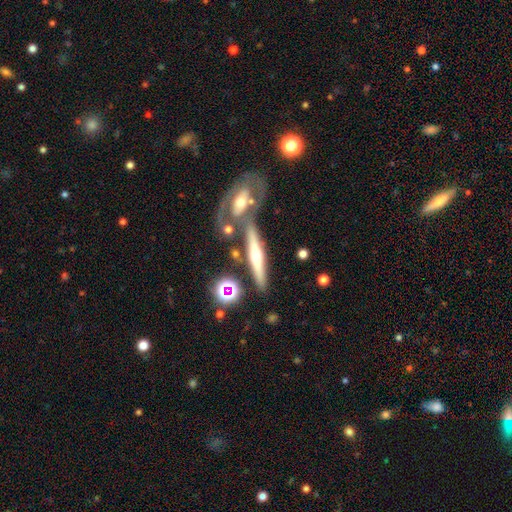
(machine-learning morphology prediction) featured or disk 68%, smooth 23%, star or artifact 8%. Down the decision tree: edge-on disk — yes (88%); edge-on bulge — rounded (87%); merging — none (61%).